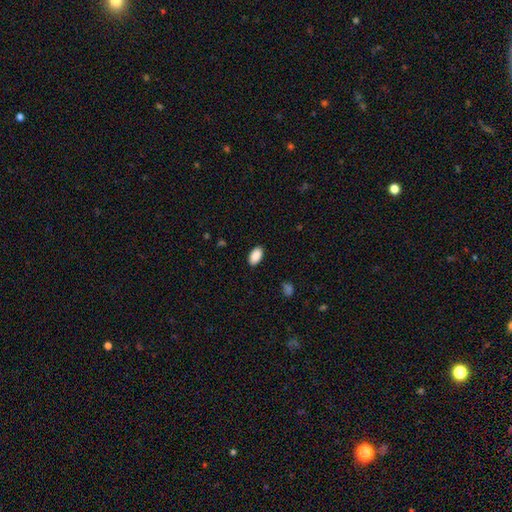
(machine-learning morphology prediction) Smooth or featured? Predicted: smooth (p=0.90). How rounded? Predicted: in between (p=0.95). Merging? Predicted: none (p=0.89).